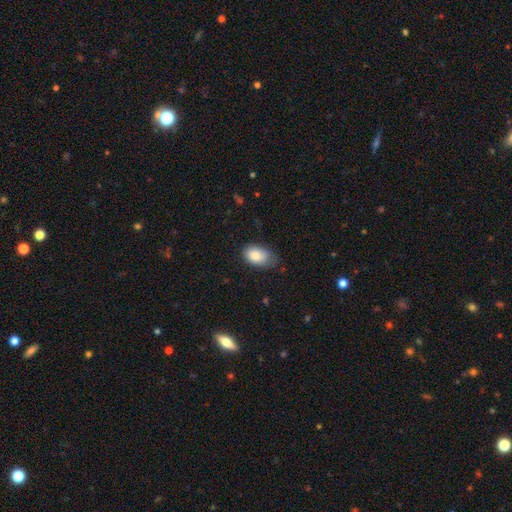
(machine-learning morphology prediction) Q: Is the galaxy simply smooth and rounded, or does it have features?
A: smooth — 83%.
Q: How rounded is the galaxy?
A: in between — 90%.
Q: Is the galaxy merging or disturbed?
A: none — 57%.